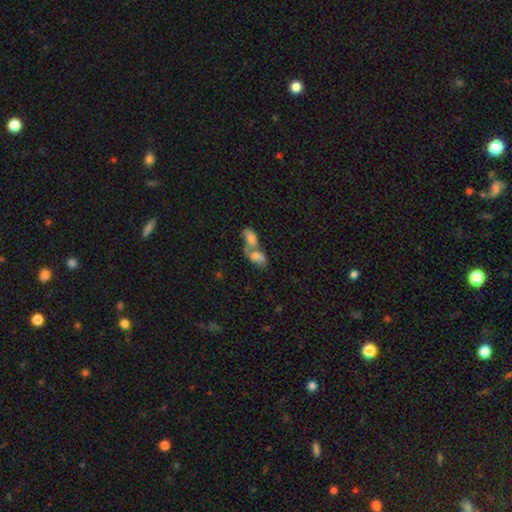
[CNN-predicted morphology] A smooth galaxy with no disk features (54%) that is in between round and cigar-shaped (82%). Merging: merger (76%).